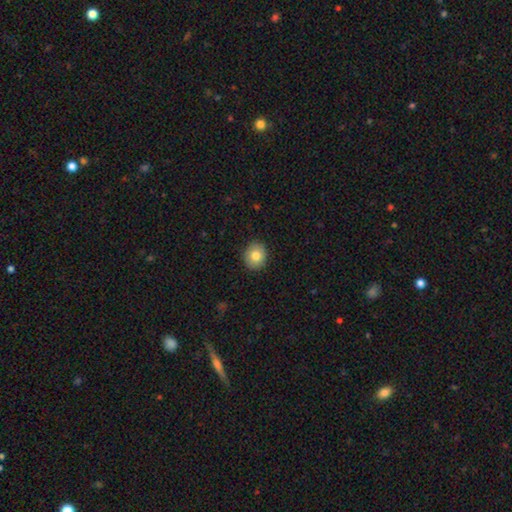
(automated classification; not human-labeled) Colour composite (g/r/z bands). It shows a smooth galaxy with no disk features (80%) that is round (74%). Merging: none (90%).